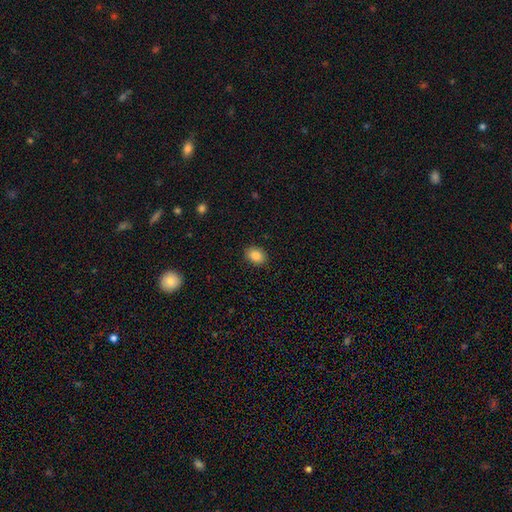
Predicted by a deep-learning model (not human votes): A smooth galaxy with no disk features (85%) that is in between round and cigar-shaped (72%). Merging: none (89%).